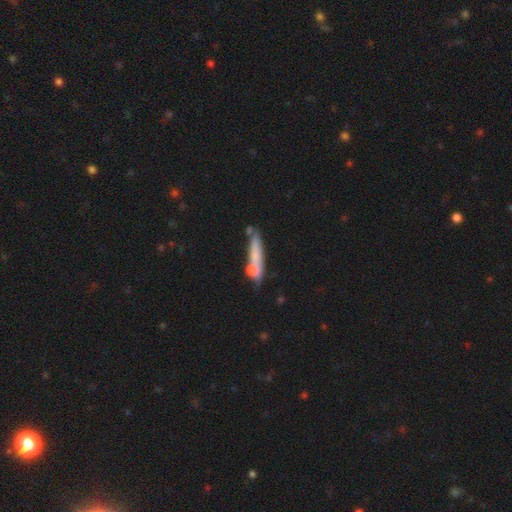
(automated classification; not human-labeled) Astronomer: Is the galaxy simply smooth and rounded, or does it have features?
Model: smooth — 63%.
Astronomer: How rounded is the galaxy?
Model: cigar-shaped — 83%.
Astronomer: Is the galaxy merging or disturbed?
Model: none — 54%.